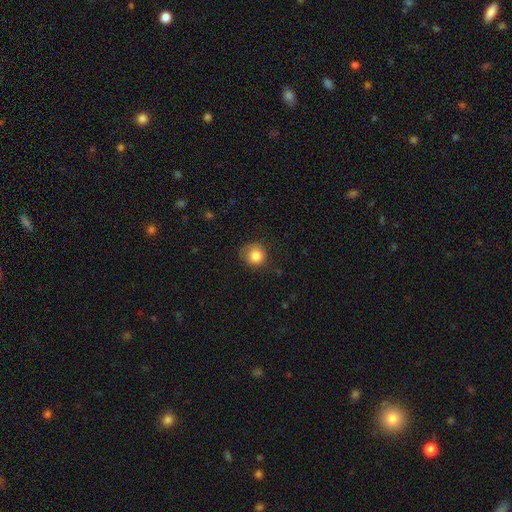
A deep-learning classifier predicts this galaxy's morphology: Smooth or featured: smooth — 84% (star or artifact — 10%)
How rounded: round — 89% (in between — 10%)
Merging: none — 70% (minor disturbance — 22%)